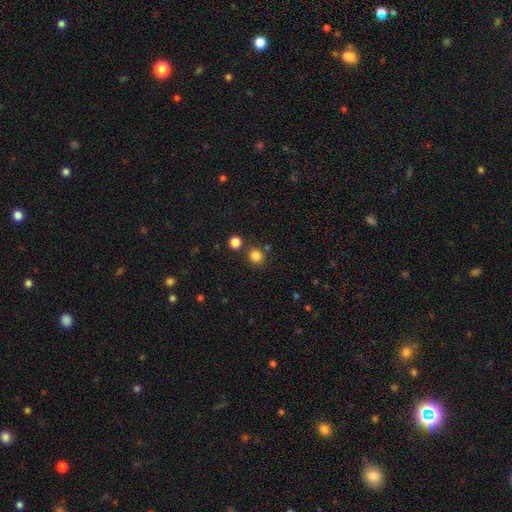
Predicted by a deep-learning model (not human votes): The model was most divided on "how rounded": round: 84%, in between: 15%, cigar-shaped: 1%. More confident: smooth or featured — smooth (82%); merging — none (79%).